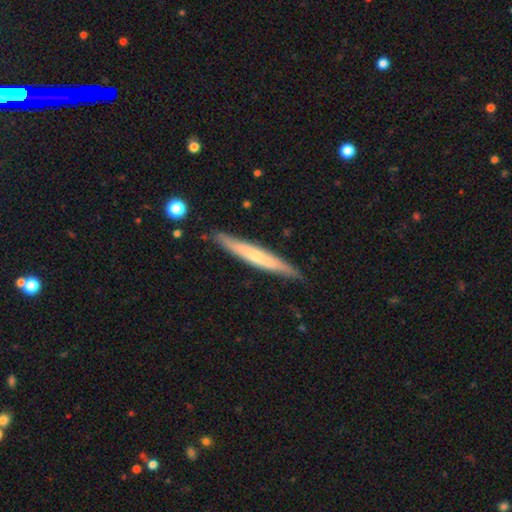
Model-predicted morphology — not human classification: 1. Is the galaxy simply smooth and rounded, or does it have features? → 49% featured or disk, 46% smooth, 5% star or artifact.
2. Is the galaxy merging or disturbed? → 87% none, 10% minor disturbance, 2% major disturbance, 1% merger.